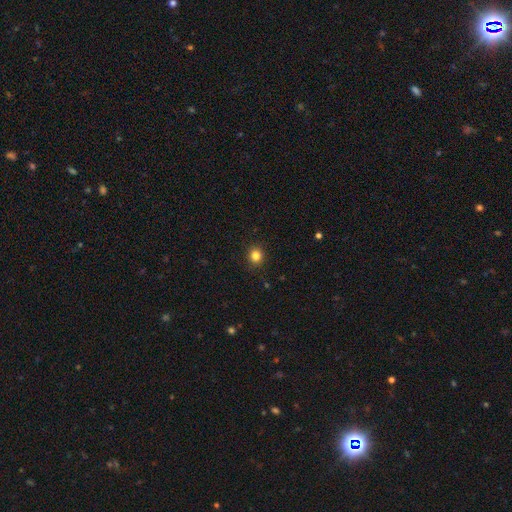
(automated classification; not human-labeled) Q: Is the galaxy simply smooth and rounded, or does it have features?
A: smooth — 83%.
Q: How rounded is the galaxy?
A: round — 86%.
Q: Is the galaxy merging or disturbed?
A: none — 91%.